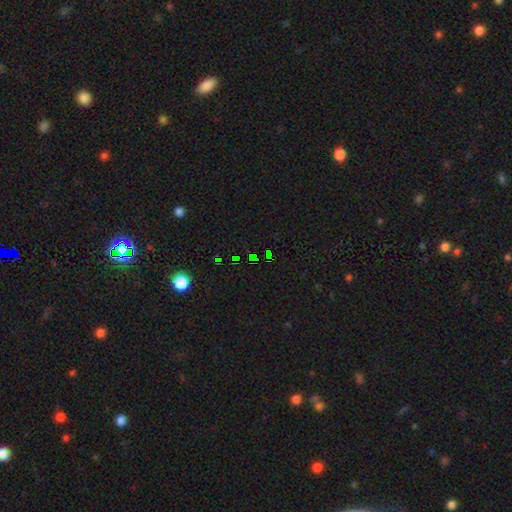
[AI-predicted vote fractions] The model was most divided on "smooth or featured": star or artifact: 73%, smooth: 18%, featured or disk: 10%.